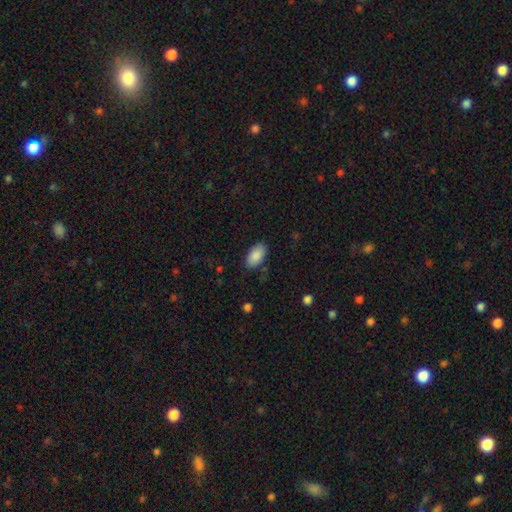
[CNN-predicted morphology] type=smooth (89%); roundness=in between (95%); merging=none (84%).